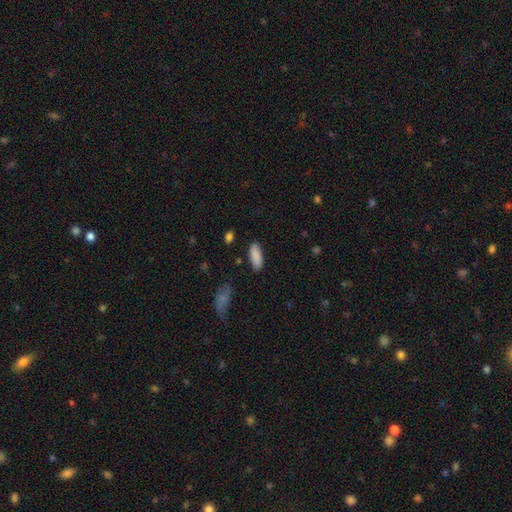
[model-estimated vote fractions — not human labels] This is clearly a smooth galaxy (88%). How rounded: likely in between (80%). Merging: clearly none (83%).